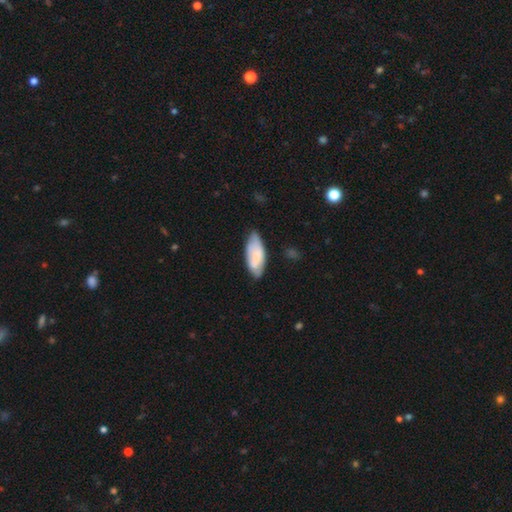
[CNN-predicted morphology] Overall: smooth (72%). How rounded: in between (84%). Merging: none (62%; minor disturbance 31%).